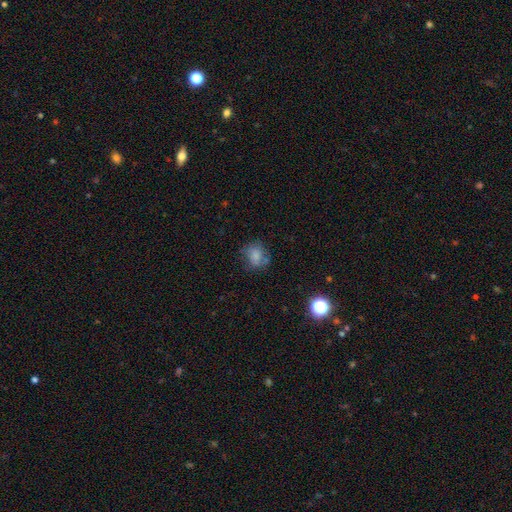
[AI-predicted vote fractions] A smooth galaxy with no disk features (70%) that is round (64%).

Vote fractions:
- Smooth or featured? smooth: 70% / featured or disk: 18% / star or artifact: 12%
- How rounded? round: 64% / in between: 35% / cigar-shaped: 1%
- Merging? none: 59% / minor disturbance: 24% / major disturbance: 11% / merger: 5%